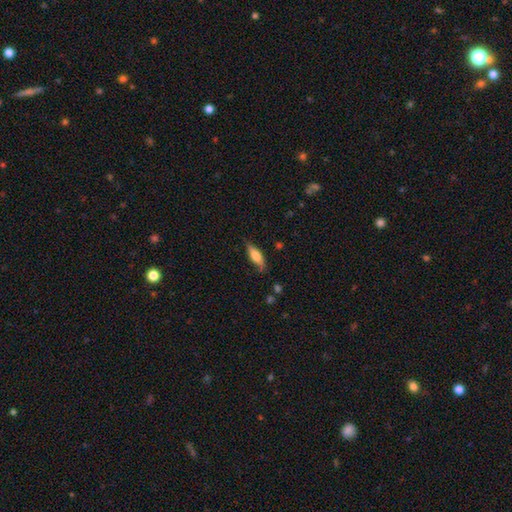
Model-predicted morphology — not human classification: Smooth or featured? Predicted: smooth (p=0.65). How rounded? Predicted: in between (p=0.54). Merging? Predicted: none (p=0.74).